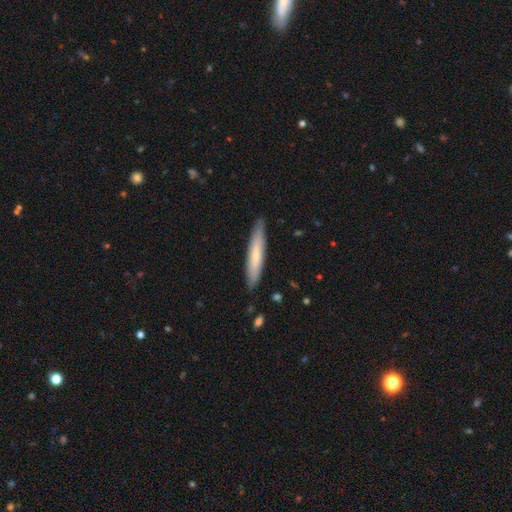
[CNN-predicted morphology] Overall: smooth (63%; featured or disk 32%). How rounded: cigar-shaped (91%). Merging: none (88%).